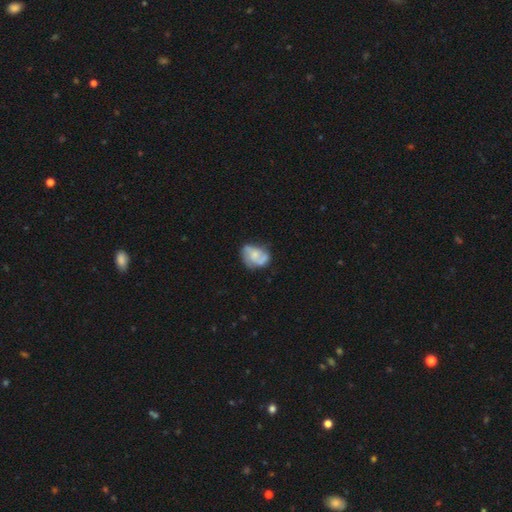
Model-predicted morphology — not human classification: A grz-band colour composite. It shows a featured or disk galaxy (50%). Merging: none (46%).